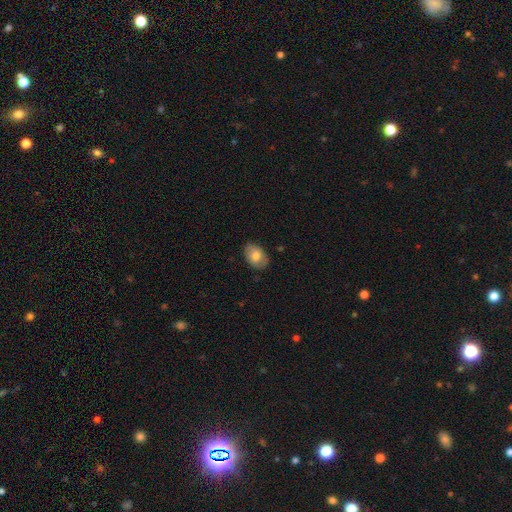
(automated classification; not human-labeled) Overall: smooth (74%). How rounded: in between (84%). Merging: none (80%).